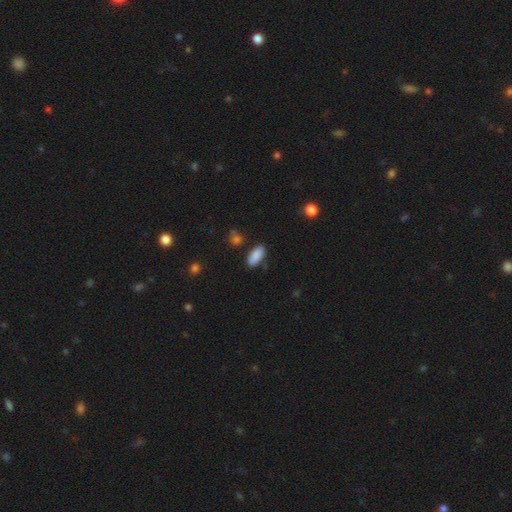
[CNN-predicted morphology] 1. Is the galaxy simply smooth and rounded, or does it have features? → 88% smooth, 7% star or artifact, 5% featured or disk.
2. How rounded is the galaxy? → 86% in between, 12% cigar-shaped, 2% round.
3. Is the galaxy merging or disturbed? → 82% none, 12% minor disturbance, 3% merger, 3% major disturbance.